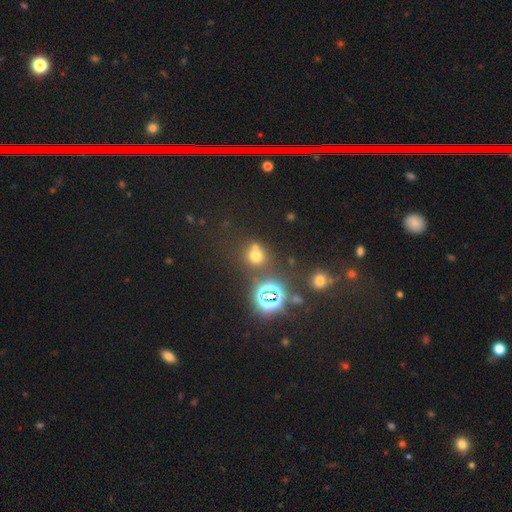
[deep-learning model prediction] Overall: smooth (56%; star or artifact 34%). How rounded: round (86%). Merging: none (59%; merger 26%).